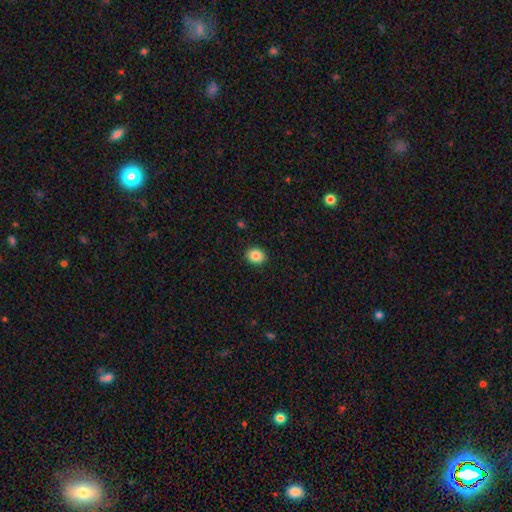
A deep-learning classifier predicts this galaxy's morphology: A smooth galaxy with no disk features (85%) that is round (56%).

Vote fractions:
- Smooth or featured? smooth: 85% / star or artifact: 9% / featured or disk: 6%
- How rounded? round: 56% / in between: 43% / cigar-shaped: 1%
- Merging? none: 91% / minor disturbance: 7% / major disturbance: 2% / merger: 1%